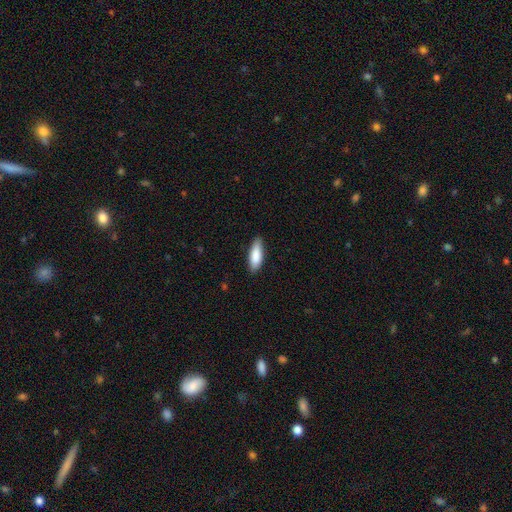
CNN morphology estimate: The model was most divided on "how rounded": in between: 57%, cigar-shaped: 42%, round: 2%. More confident: smooth or featured — smooth (86%); merging — none (86%).